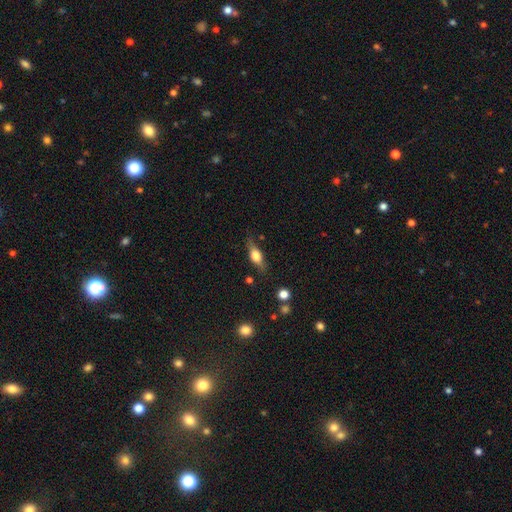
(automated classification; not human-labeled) Morphology: type=smooth (49%); merging=none (76%).